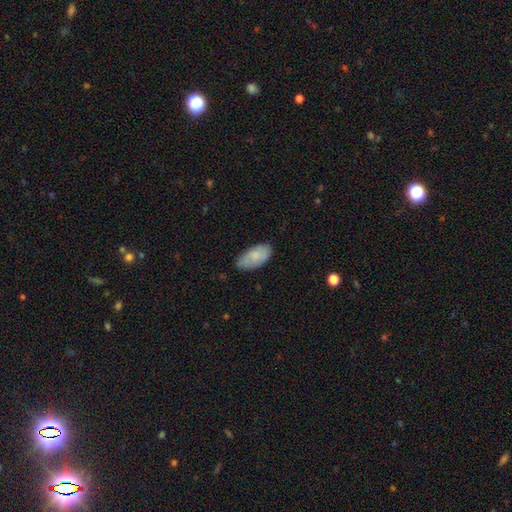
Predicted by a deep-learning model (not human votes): smooth-or-featured: smooth: 74% | featured or disk: 20% | star or artifact: 6%
  how-rounded: in between: 94% | cigar-shaped: 4% | round: 2%
  merging: none: 75% | minor disturbance: 20% | major disturbance: 4% | merger: 1%